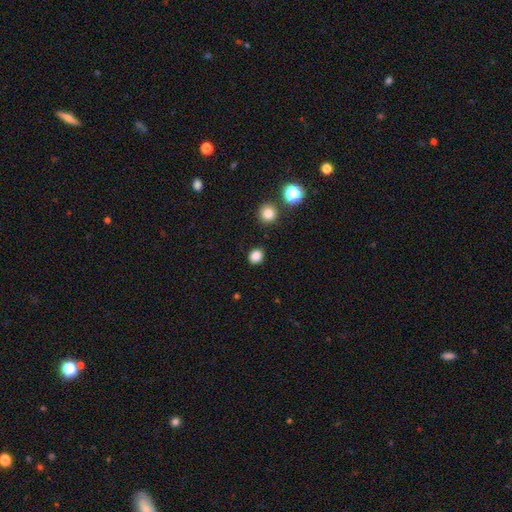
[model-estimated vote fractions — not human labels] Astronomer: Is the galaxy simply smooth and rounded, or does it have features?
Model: smooth — 84%.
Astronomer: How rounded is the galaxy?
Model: round — 69%.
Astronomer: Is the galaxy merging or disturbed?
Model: none — 88%.